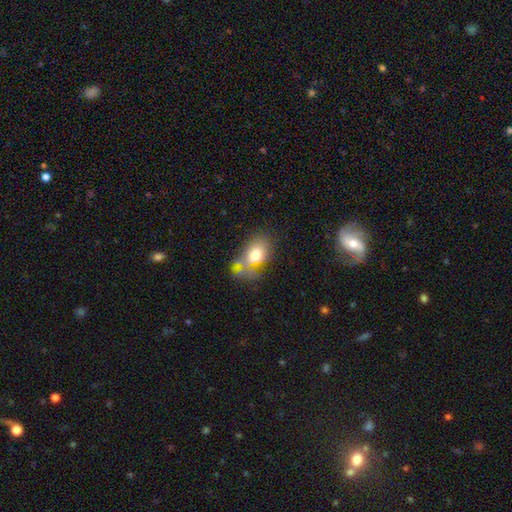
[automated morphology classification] A smooth galaxy with no disk features (72%) that is in between round and cigar-shaped (82%). Merging: none (37%).